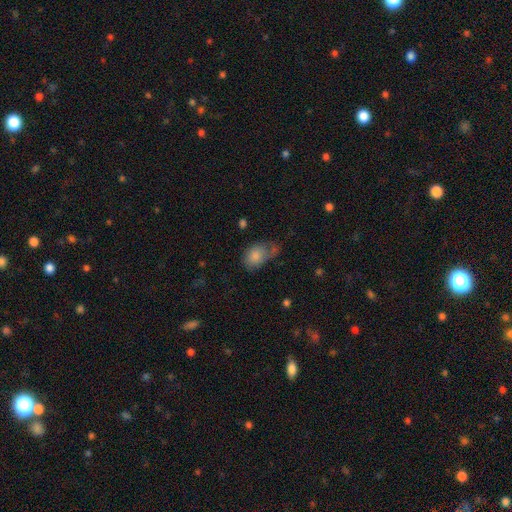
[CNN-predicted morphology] A smooth galaxy with no disk features (78%) that is in between round and cigar-shaped (80%).

Vote fractions:
- Smooth or featured? smooth: 78% / featured or disk: 14% / star or artifact: 8%
- How rounded? in between: 80% / round: 18% / cigar-shaped: 1%
- Merging? none: 34% / minor disturbance: 33% / major disturbance: 26% / merger: 8%